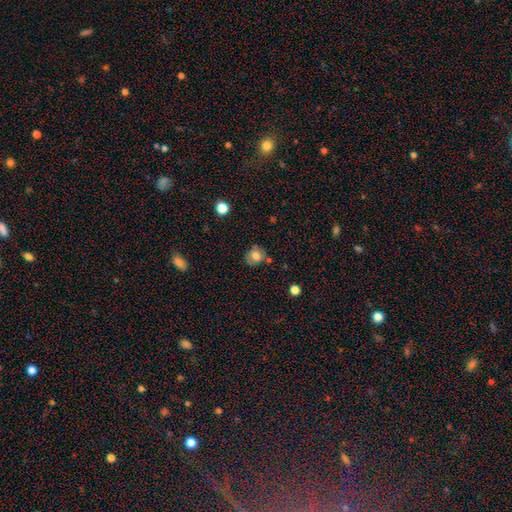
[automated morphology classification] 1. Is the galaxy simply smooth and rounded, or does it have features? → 72% smooth, 18% featured or disk, 11% star or artifact.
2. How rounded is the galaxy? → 74% round, 25% in between, 1% cigar-shaped.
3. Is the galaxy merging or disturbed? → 68% none, 19% minor disturbance, 7% merger, 5% major disturbance.